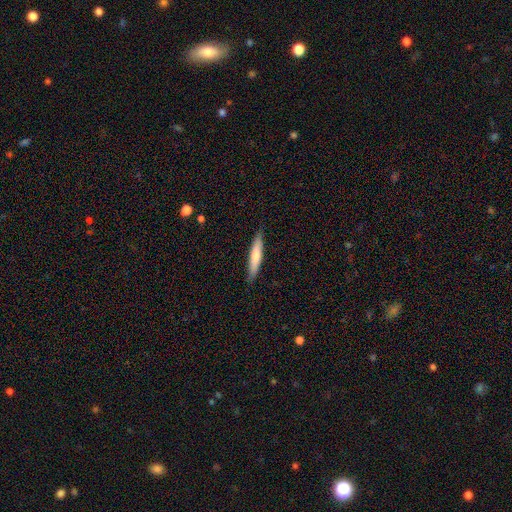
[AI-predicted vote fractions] smooth 64%, featured or disk 31%, star or artifact 5%. Down the decision tree: how rounded — cigar-shaped (89%); merging — none (88%).